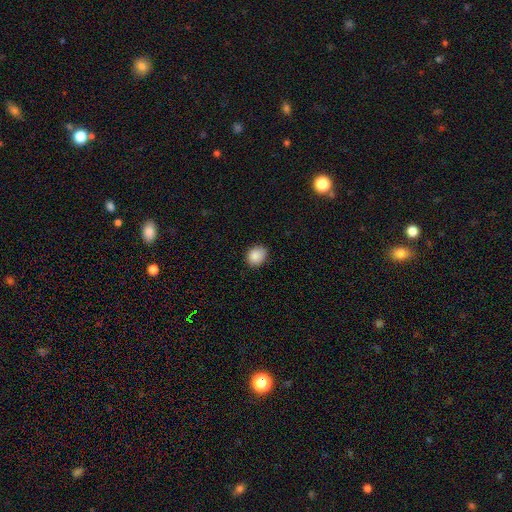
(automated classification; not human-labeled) Smooth or featured: smooth — 88% (star or artifact — 9%)
How rounded: round — 54% (in between — 45%)
Merging: none — 78% (minor disturbance — 18%)